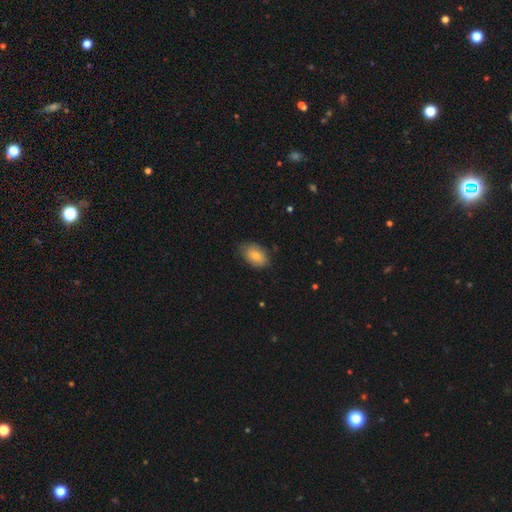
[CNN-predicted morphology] A smooth galaxy with no disk features (79%) that is in between round and cigar-shaped (87%). Merging: none (72%).